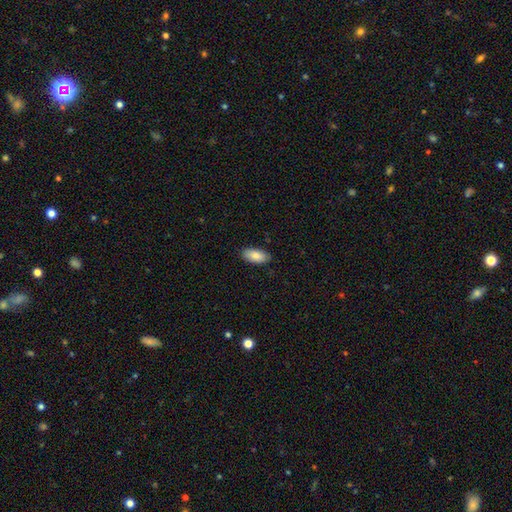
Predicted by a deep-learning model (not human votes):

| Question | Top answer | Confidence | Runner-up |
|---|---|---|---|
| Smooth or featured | smooth | 86% | featured or disk (8%) |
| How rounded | in between | 91% | cigar-shaped (7%) |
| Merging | none | 87% | minor disturbance (10%) |